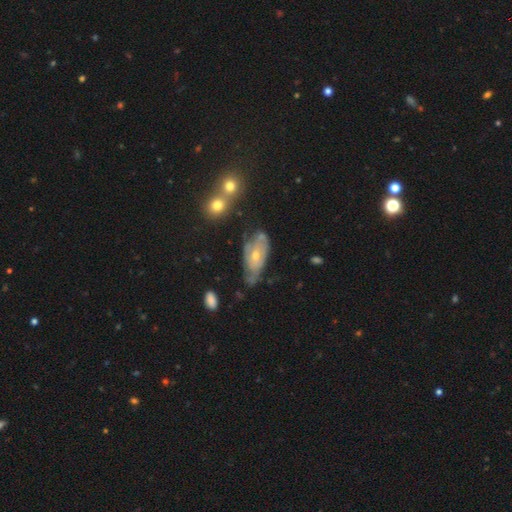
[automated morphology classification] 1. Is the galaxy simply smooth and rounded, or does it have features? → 65% featured or disk, 27% smooth, 9% star or artifact.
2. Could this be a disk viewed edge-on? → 90% no, 10% yes.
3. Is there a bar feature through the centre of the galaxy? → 78% no, 18% weak, 4% strong.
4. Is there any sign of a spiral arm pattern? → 68% yes, 32% no.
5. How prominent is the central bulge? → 50% moderate, 47% small, 2% large, 1% none, 1% dominant.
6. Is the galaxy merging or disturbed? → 40% none, 36% minor disturbance, 17% major disturbance, 7% merger.